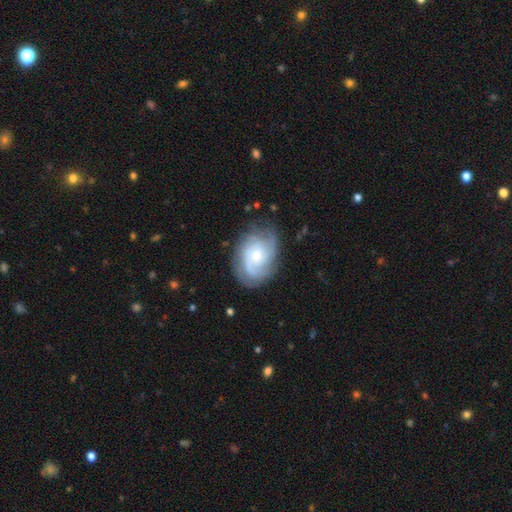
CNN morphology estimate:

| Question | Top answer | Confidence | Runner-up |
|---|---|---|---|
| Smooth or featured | featured or disk | 79% | smooth (14%) |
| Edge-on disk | no | 97% | yes (3%) |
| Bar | no | 72% | weak (24%) |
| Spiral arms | yes | 95% | no (5%) |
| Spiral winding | tight | 53% | medium (36%) |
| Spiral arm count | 3 | 29% | can't tell (27%) |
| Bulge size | small | 61% | moderate (34%) |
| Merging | none | 75% | minor disturbance (17%) |